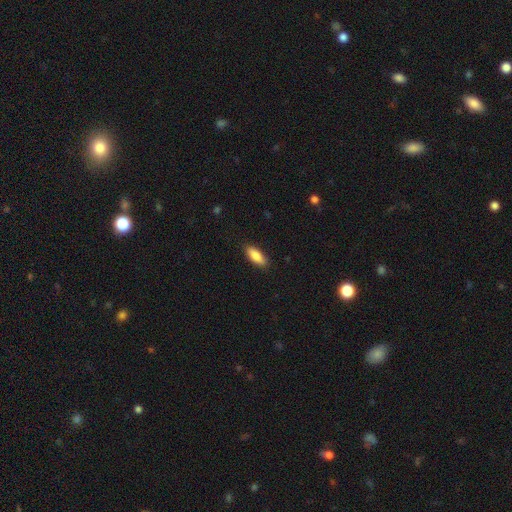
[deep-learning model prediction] Overall: smooth (85%). How rounded: in between (73%). Merging: none (87%).